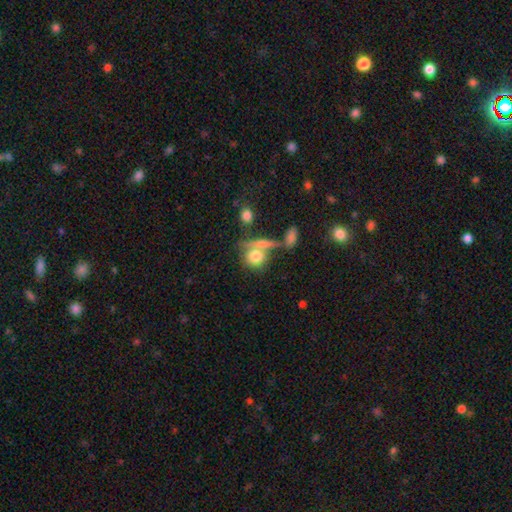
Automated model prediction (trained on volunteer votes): A smooth galaxy with no disk features (73%) that is round (67%).

Vote fractions:
- Smooth or featured? smooth: 73% / featured or disk: 16% / star or artifact: 11%
- How rounded? round: 67% / in between: 27% / cigar-shaped: 6%
- Merging? none: 43% / merger: 39% / minor disturbance: 11% / major disturbance: 7%